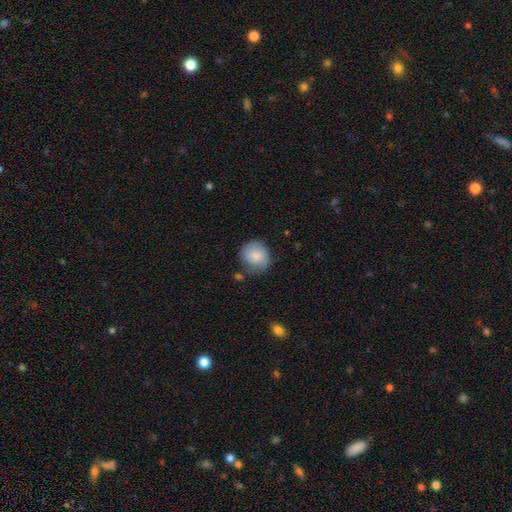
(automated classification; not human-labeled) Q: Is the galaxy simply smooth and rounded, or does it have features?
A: smooth — 78%.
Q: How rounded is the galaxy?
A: round — 83%.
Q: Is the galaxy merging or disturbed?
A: none — 66%.